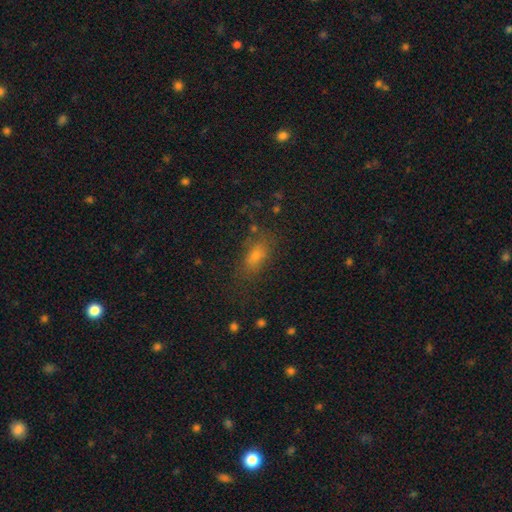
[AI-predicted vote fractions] Morphology: type=smooth (70%); roundness=in between (75%); merging=none (68%).